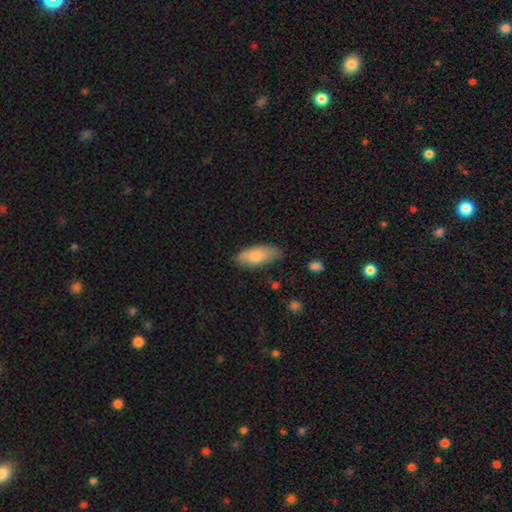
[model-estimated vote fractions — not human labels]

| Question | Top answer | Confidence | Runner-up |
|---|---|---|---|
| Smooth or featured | smooth | 79% | featured or disk (15%) |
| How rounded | in between | 82% | cigar-shaped (16%) |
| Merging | none | 68% | minor disturbance (25%) |